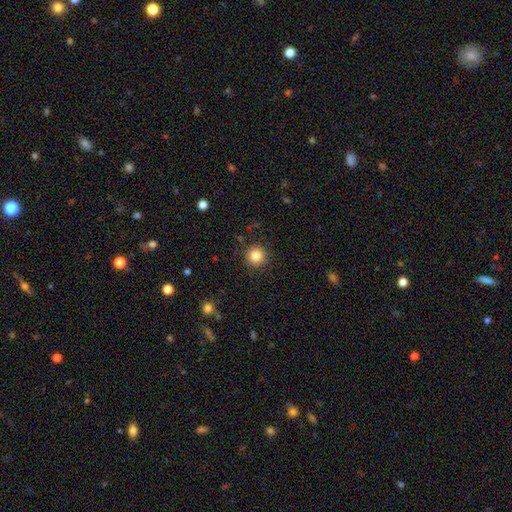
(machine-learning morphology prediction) Smooth or featured? smooth (84%)
How rounded? round (95%)
Merging? none (91%)